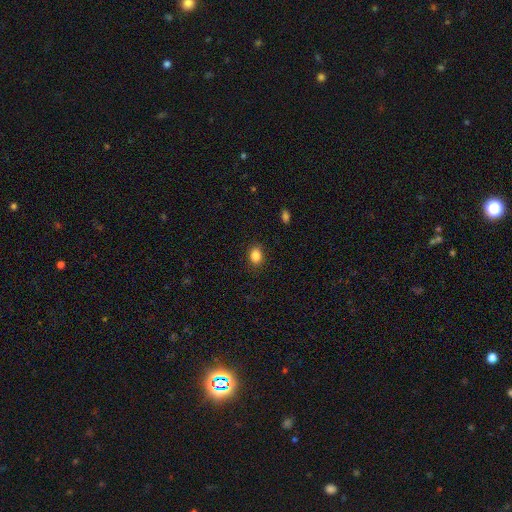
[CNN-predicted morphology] This is clearly a smooth galaxy (86%). How rounded: likely in between (64%). Merging: clearly none (87%).